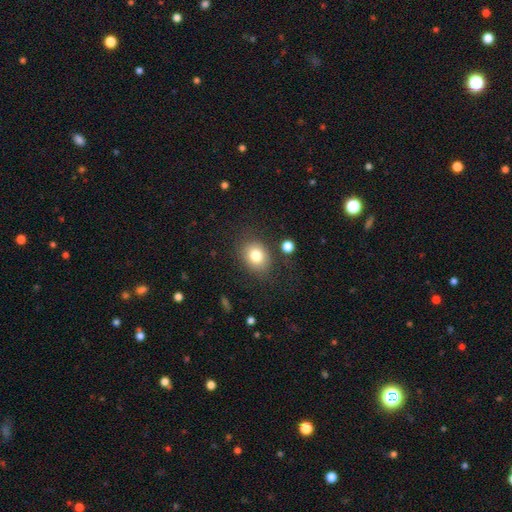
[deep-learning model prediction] Smooth or featured?
  - smooth: 80% *
  - star or artifact: 10%
  - featured or disk: 10%
How rounded?
  - in between: 52% *
  - round: 47%
  - cigar-shaped: 1%
Merging?
  - none: 79% *
  - minor disturbance: 13%
  - major disturbance: 5%
  - merger: 3%